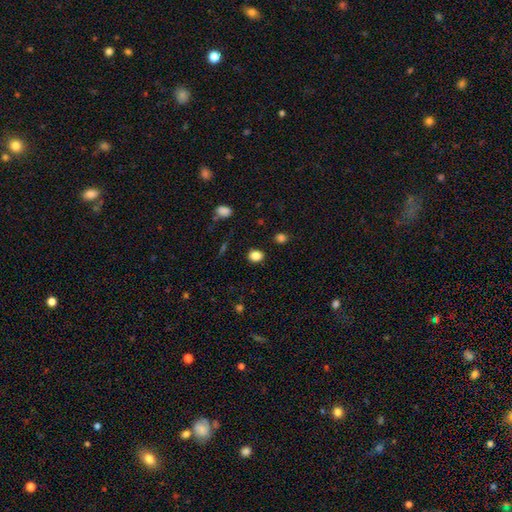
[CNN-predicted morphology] Overall: smooth (85%). How rounded: round (58%; in between 41%). Merging: none (88%).